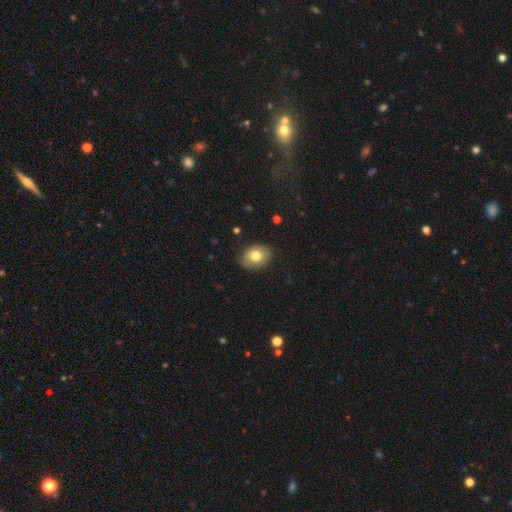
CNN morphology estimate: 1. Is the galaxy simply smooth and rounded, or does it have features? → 78% smooth, 14% featured or disk, 9% star or artifact.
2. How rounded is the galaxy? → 64% in between, 35% round, 1% cigar-shaped.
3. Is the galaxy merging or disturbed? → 81% none, 15% minor disturbance, 3% major disturbance, 1% merger.